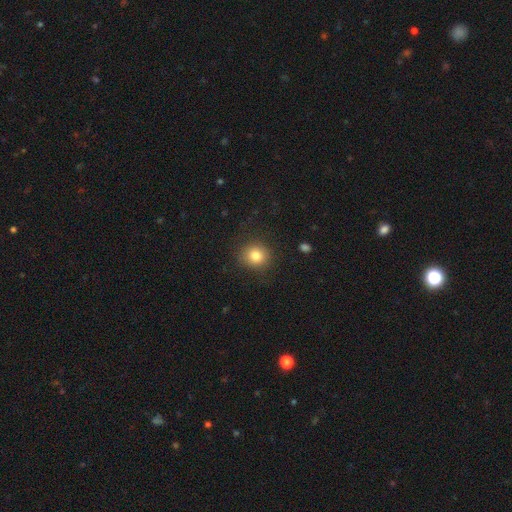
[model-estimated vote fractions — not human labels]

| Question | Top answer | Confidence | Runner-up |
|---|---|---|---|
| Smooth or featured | smooth | 82% | star or artifact (11%) |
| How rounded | round | 86% | in between (13%) |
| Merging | none | 87% | minor disturbance (9%) |